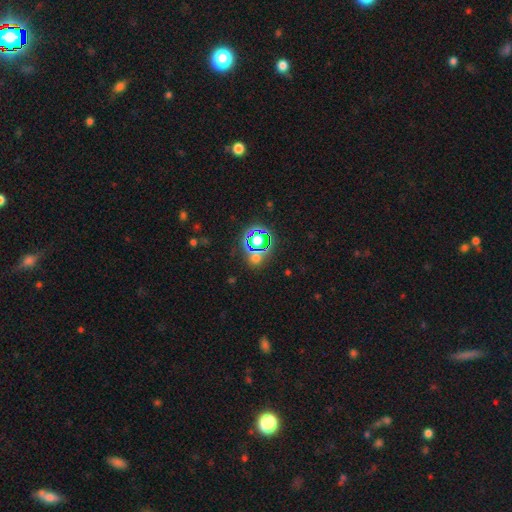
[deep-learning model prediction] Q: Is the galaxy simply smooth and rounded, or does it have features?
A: star or artifact — 69%.